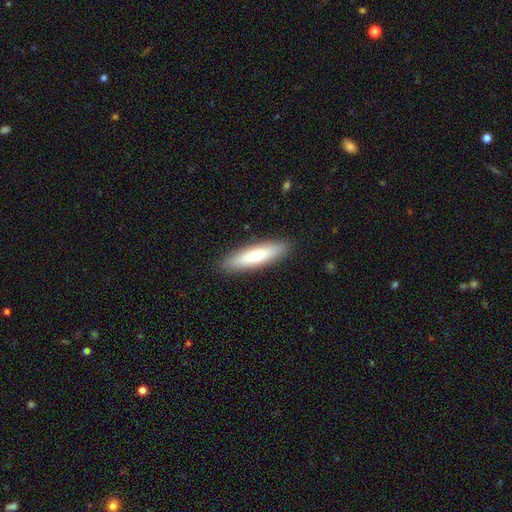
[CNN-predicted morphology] Smooth or featured? Predicted: smooth (p=0.73). How rounded? Predicted: cigar-shaped (p=0.70). Merging? Predicted: none (p=0.90).